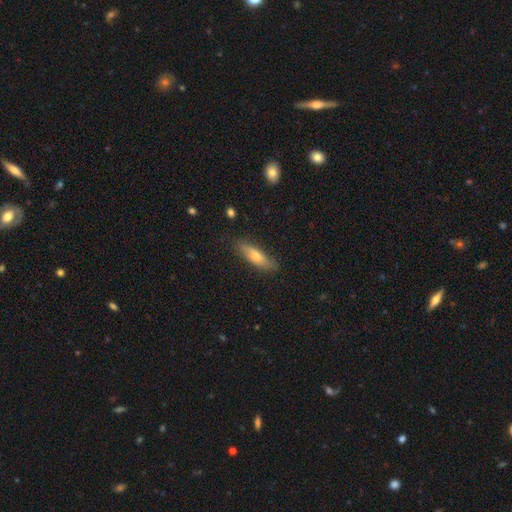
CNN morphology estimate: A smooth galaxy with no disk features (64%) that is cigar-shaped (60%).

Vote fractions:
- Smooth or featured? smooth: 64% / featured or disk: 29% / star or artifact: 7%
- How rounded? cigar-shaped: 60% / in between: 38% / round: 2%
- Merging? none: 82% / minor disturbance: 14% / major disturbance: 3% / merger: 1%